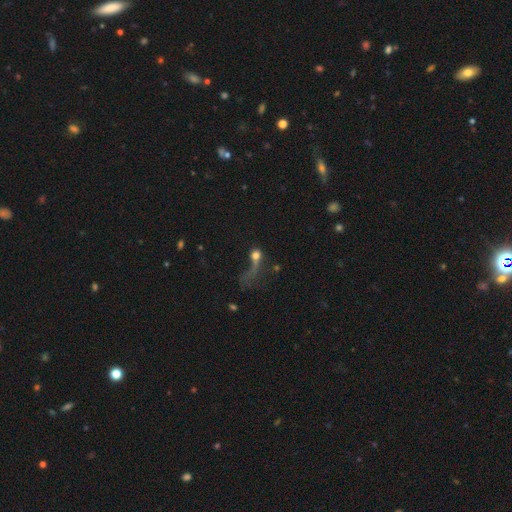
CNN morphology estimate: A smooth galaxy with no disk features (59%) that is round (72%).

Vote fractions:
- Smooth or featured? smooth: 59% / featured or disk: 24% / star or artifact: 16%
- How rounded? round: 72% / in between: 23% / cigar-shaped: 5%
- Merging? major disturbance: 53% / none: 20% / merger: 16% / minor disturbance: 11%